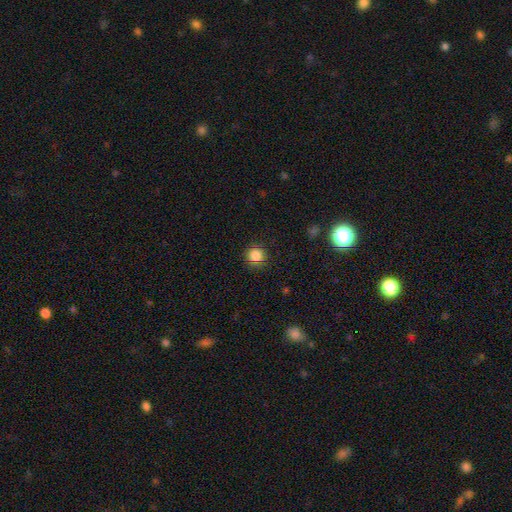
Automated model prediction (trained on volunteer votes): smooth 82%, star or artifact 14%, featured or disk 4%. Down the decision tree: how rounded — round (92%); merging — none (85%).